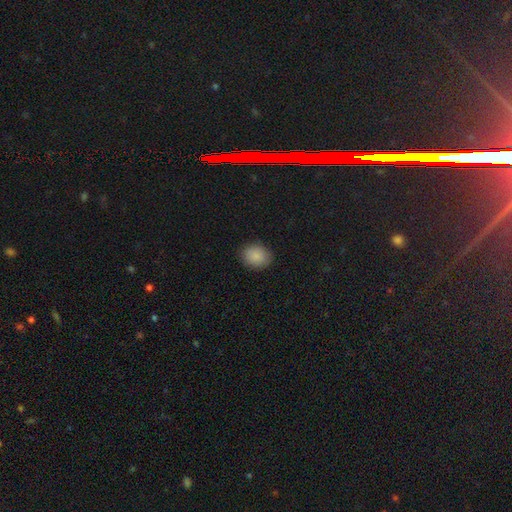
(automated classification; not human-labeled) smooth_or_featured: smooth (p=0.89) [alt: star or artifact p=0.08]
how_rounded: round (p=0.54) [alt: in between p=0.45]
merging: none (p=0.88) [alt: minor disturbance p=0.08]